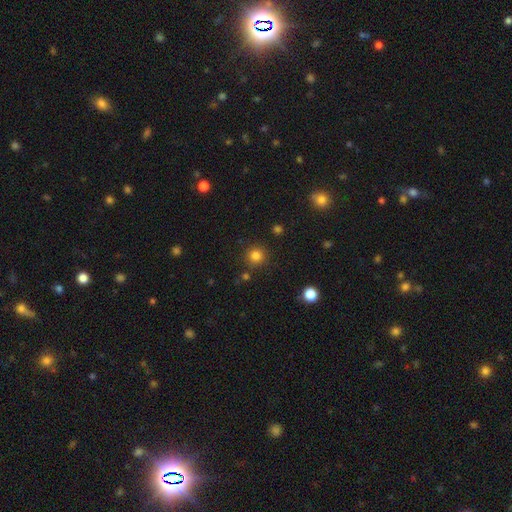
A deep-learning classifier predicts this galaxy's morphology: smooth_or_featured: smooth (p=0.81) [alt: star or artifact p=0.14]
how_rounded: round (p=0.94) [alt: in between p=0.05]
merging: none (p=0.87) [alt: minor disturbance p=0.07]